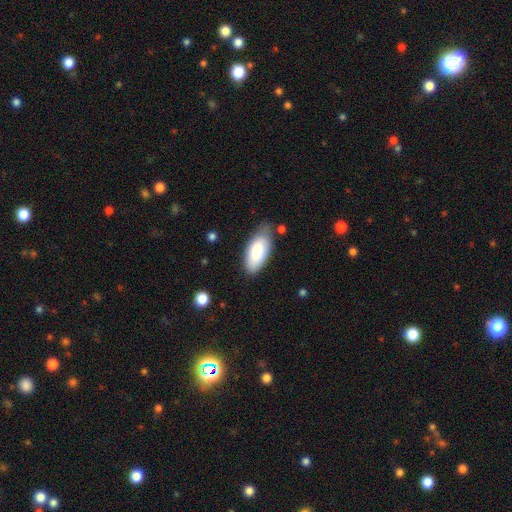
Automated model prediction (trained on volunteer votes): This is clearly a smooth galaxy (82%). How rounded: clearly in between (89%). Merging: likely none (66%).